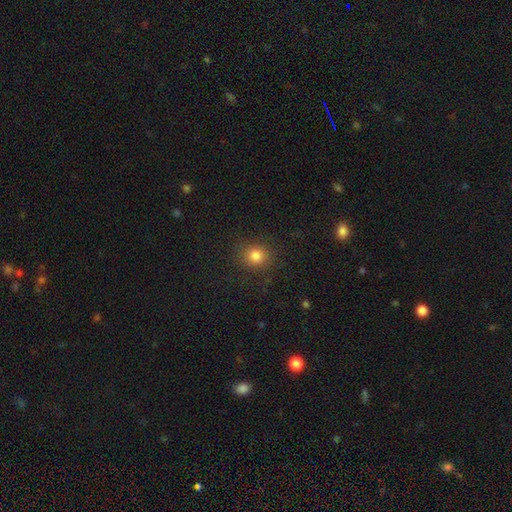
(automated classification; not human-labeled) A smooth galaxy with no disk features (81%) that is round (83%). Merging: none (87%).